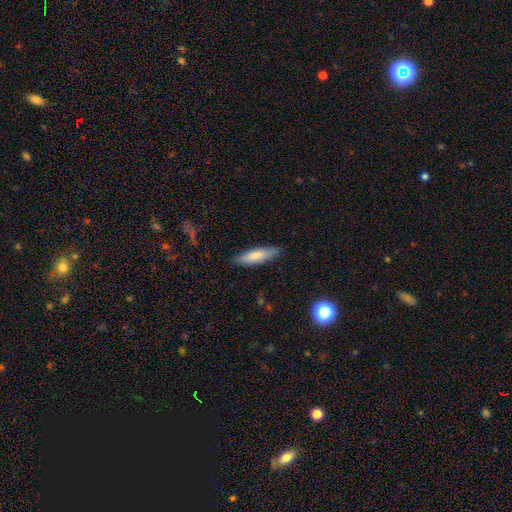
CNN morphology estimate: Smooth or featured: smooth — 76% (featured or disk — 18%)
How rounded: cigar-shaped — 62% (in between — 36%)
Merging: none — 83% (minor disturbance — 13%)